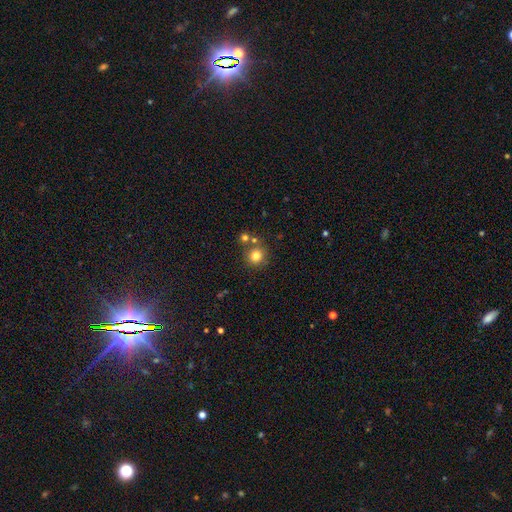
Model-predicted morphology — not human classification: Q: Smooth or featured?
A: smooth (79%); runner-up: star or artifact (13%)
Q: How rounded?
A: round (90%); runner-up: in between (9%)
Q: Merging?
A: none (74%); runner-up: merger (15%)